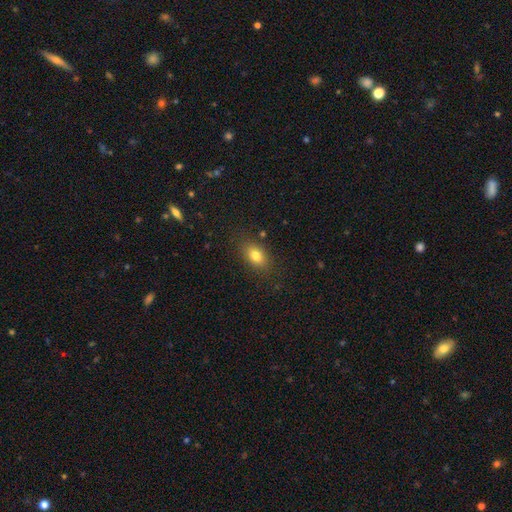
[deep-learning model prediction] Overall: smooth (80%). How rounded: in between (84%). Merging: none (83%).